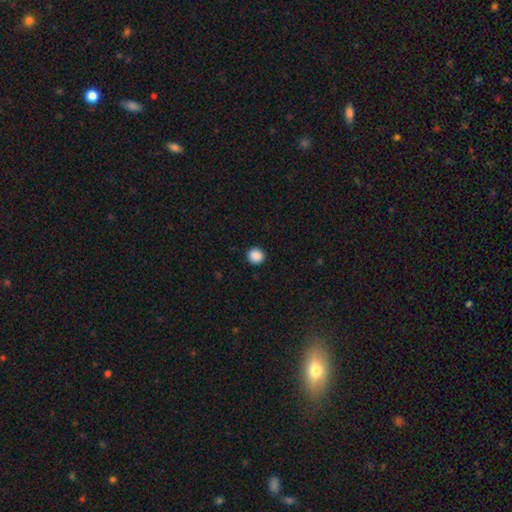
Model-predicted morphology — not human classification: Smooth or featured?
  - smooth: 89% *
  - star or artifact: 9%
  - featured or disk: 2%
How rounded?
  - round: 92% *
  - in between: 7%
  - cigar-shaped: 1%
Merging?
  - none: 92% *
  - minor disturbance: 5%
  - major disturbance: 2%
  - merger: 1%